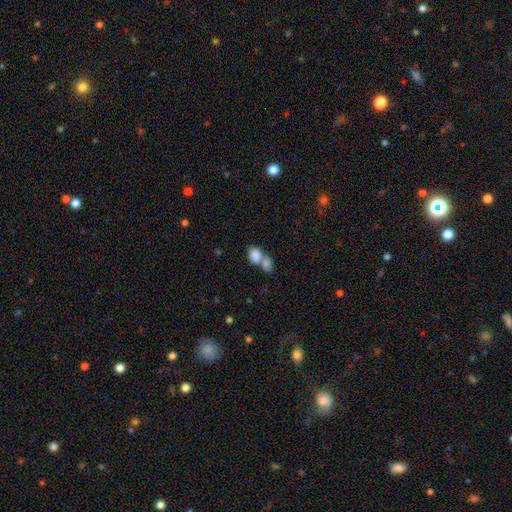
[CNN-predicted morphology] Smooth or featured?
  - smooth: 82% *
  - featured or disk: 10%
  - star or artifact: 8%
How rounded?
  - in between: 77% *
  - round: 21%
  - cigar-shaped: 2%
Merging?
  - merger: 70% *
  - none: 20%
  - minor disturbance: 6%
  - major disturbance: 4%